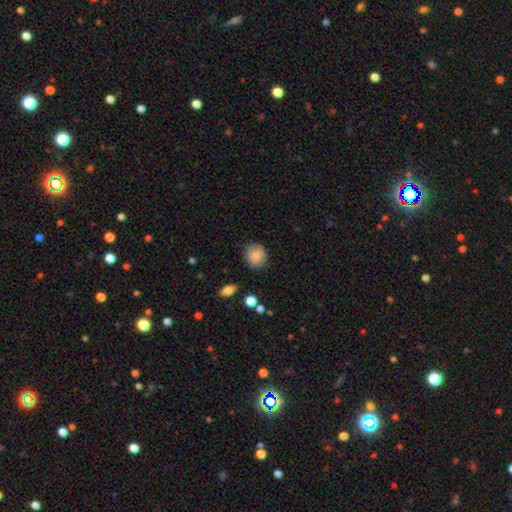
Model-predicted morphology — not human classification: A smooth galaxy with no disk features (79%) that is round (81%).

Vote fractions:
- Smooth or featured? smooth: 79% / featured or disk: 13% / star or artifact: 8%
- How rounded? round: 81% / in between: 18% / cigar-shaped: 1%
- Merging? none: 78% / minor disturbance: 16% / major disturbance: 4% / merger: 2%